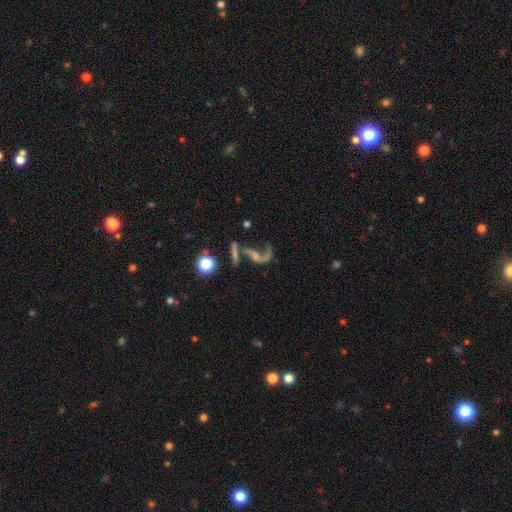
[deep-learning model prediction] A featured or disk galaxy (75%) with no bar (49%), 2 (77%) loose (82%) spiral arms (87%) and a small central bulge (43%).

Vote fractions:
- Smooth or featured? featured or disk: 75% / star or artifact: 14% / smooth: 11%
- Edge-on disk? no: 92% / yes: 8%
- Bar? no: 49% / weak: 29% / strong: 21%
- Spiral arms? yes: 87% / no: 13%
- Spiral winding? loose: 82% / medium: 14% / tight: 4%
- Spiral arm count? 2: 77% / 1: 17% / can't tell: 3% / 3: 1% / 4: 1% / more than 4: 1%
- Bulge size? small: 43% / none: 27% / moderate: 23% / large: 4% / dominant: 2%
- Merging? none: 43% / major disturbance: 24% / merger: 19% / minor disturbance: 14%